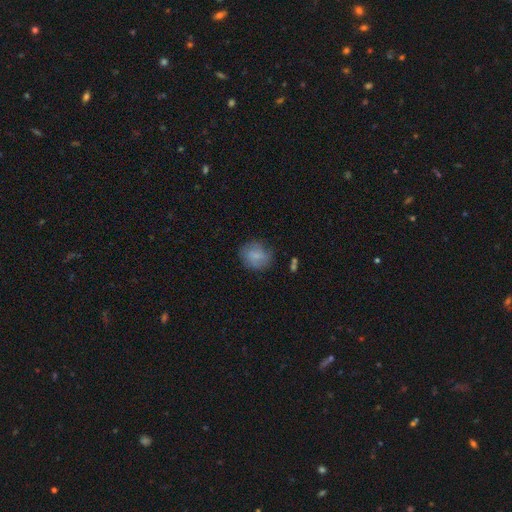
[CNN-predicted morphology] Q: Smooth or featured?
A: smooth (73%); runner-up: featured or disk (19%)
Q: How rounded?
A: round (70%); runner-up: in between (28%)
Q: Merging?
A: none (71%); runner-up: minor disturbance (20%)